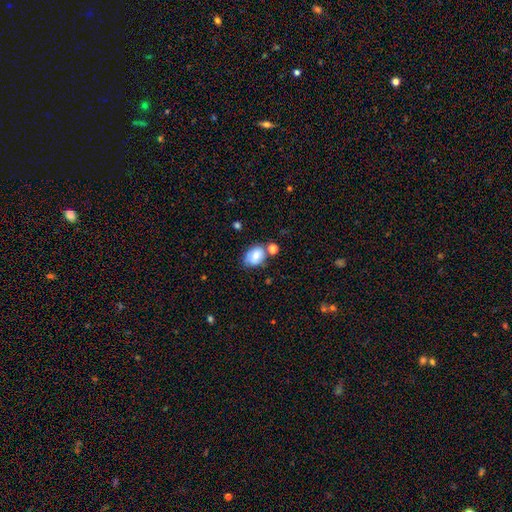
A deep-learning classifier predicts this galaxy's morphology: Overall: smooth (71%). How rounded: in between (73%). Merging: none (54%; minor disturbance 24%).